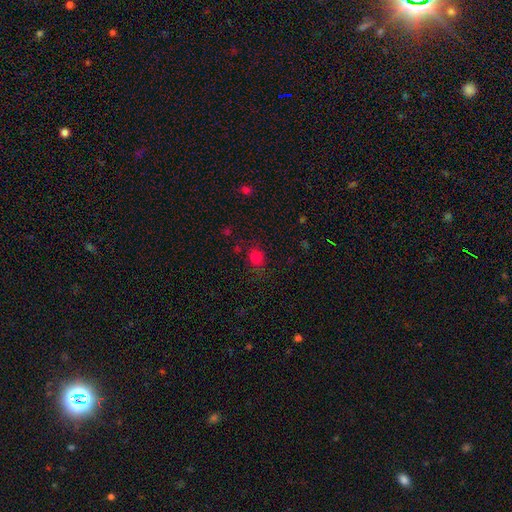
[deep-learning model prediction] Overall: smooth (63%; star or artifact 30%). How rounded: round (70%). Merging: none (78%).